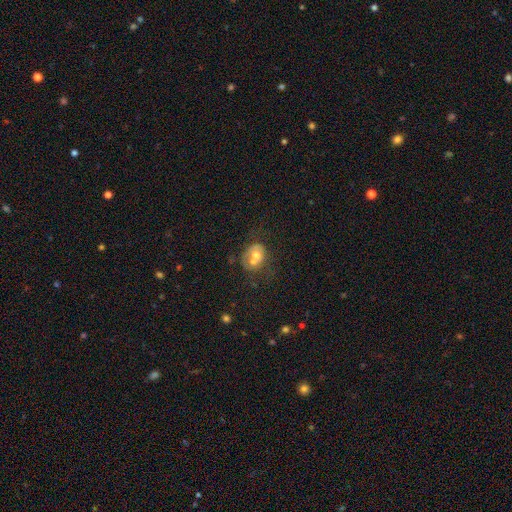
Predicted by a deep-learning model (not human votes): A smooth galaxy with no disk features (52%) that is round (52%).

Vote fractions:
- Smooth or featured? smooth: 52% / featured or disk: 37% / star or artifact: 11%
- How rounded? round: 52% / in between: 46% / cigar-shaped: 1%
- Merging? merger: 39% / none: 33% / minor disturbance: 17% / major disturbance: 11%